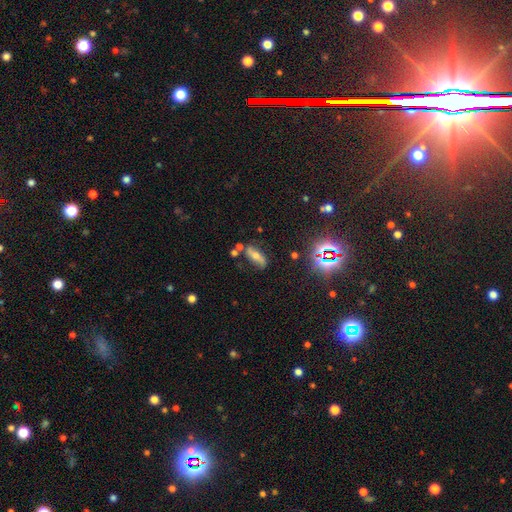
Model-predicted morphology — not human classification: Q: Smooth or featured?
A: featured or disk (43%); runner-up: smooth (39%)
Q: Merging?
A: none (65%); runner-up: minor disturbance (19%)